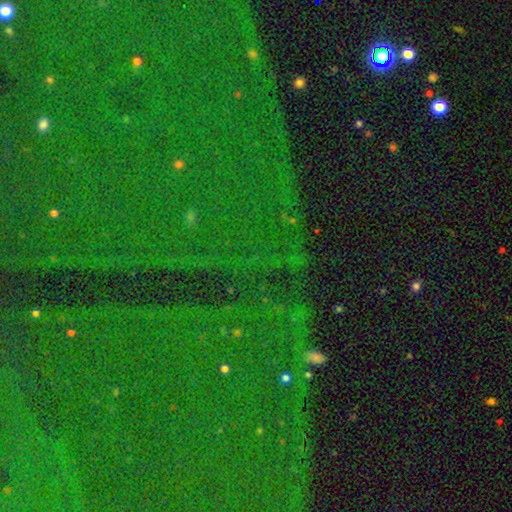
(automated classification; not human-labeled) smooth_or_featured: star or artifact (p=0.87) [alt: smooth p=0.06]